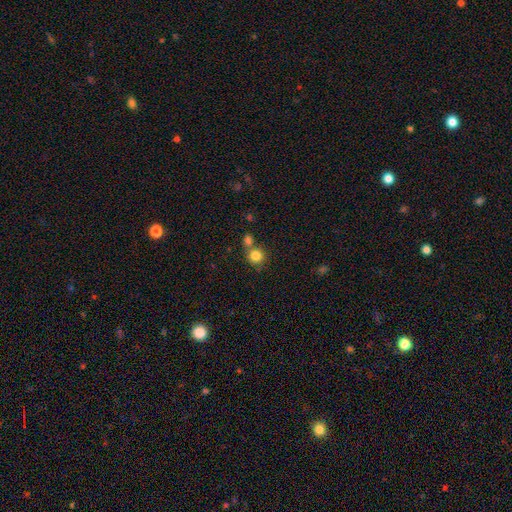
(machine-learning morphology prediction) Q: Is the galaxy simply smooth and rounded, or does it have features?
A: smooth — 83%.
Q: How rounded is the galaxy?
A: round — 90%.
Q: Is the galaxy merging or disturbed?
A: none — 58%.